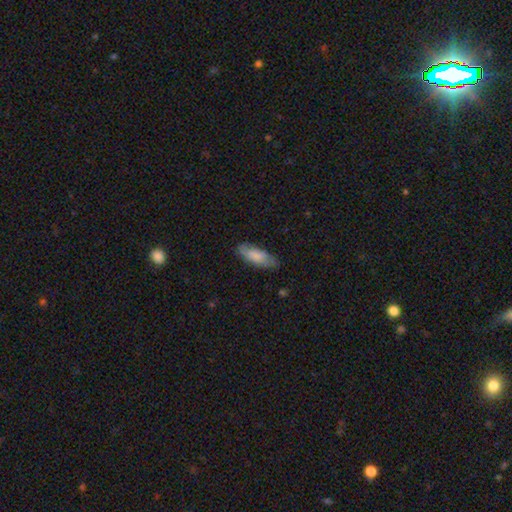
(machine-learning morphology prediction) A smooth galaxy with no disk features (73%) that is in between round and cigar-shaped (72%).

Vote fractions:
- Smooth or featured? smooth: 73% / featured or disk: 21% / star or artifact: 6%
- How rounded? in between: 72% / cigar-shaped: 26% / round: 2%
- Merging? none: 74% / minor disturbance: 20% / major disturbance: 5% / merger: 1%